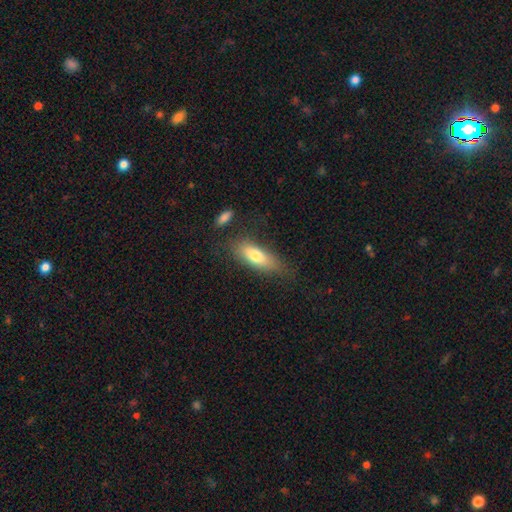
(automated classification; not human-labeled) Smooth or featured: smooth — 74% (featured or disk — 19%)
How rounded: in between — 66% (cigar-shaped — 31%)
Merging: none — 69% (minor disturbance — 20%)